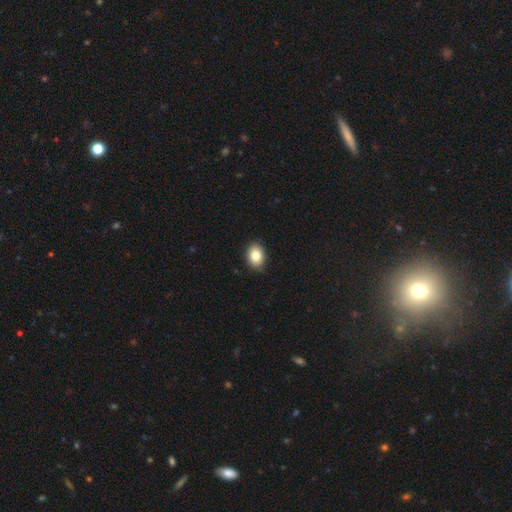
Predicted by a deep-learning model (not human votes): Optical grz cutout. It shows a smooth galaxy with no disk features (84%) that is in between round and cigar-shaped (71%). Merging: none (88%).